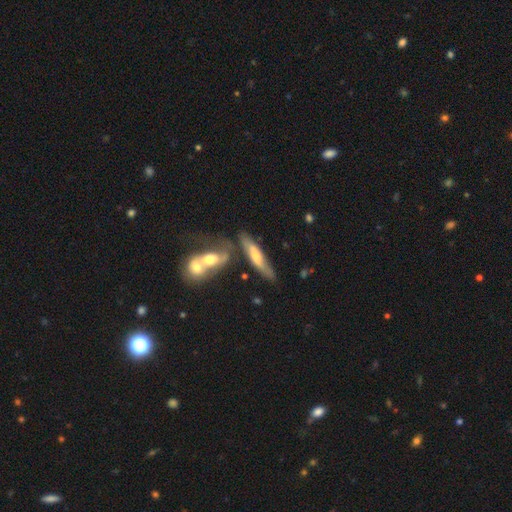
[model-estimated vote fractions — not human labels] This appears to be a featured or disk galaxy (49%). Merging: none (48%).